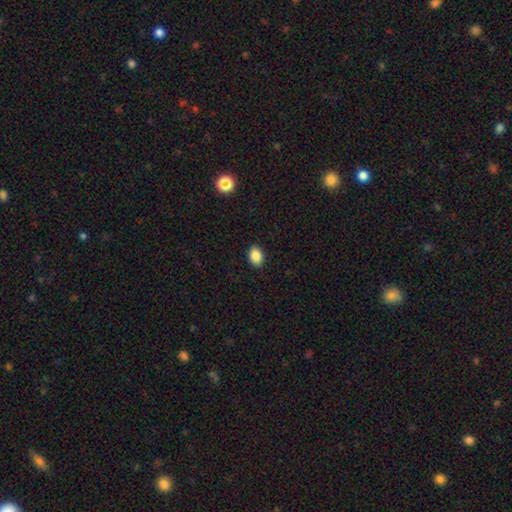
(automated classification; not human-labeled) This appears to be a smooth galaxy with no disk features (88%) that is in between round and cigar-shaped (76%). Merging: none (90%).